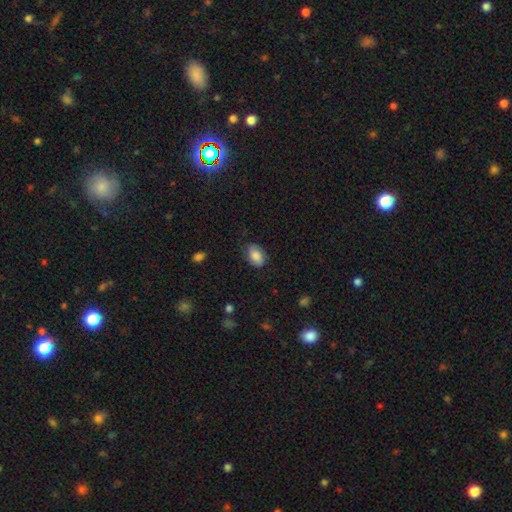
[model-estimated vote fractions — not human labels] Overall: smooth (81%). How rounded: in between (89%). Merging: none (75%).